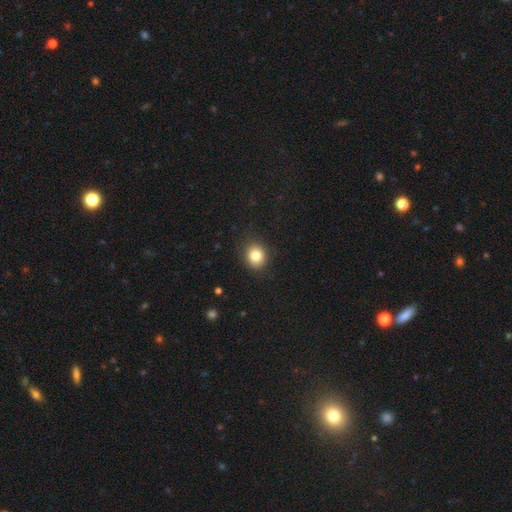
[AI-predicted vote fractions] A smooth galaxy with no disk features (82%) that is round (75%). Merging: none (87%).